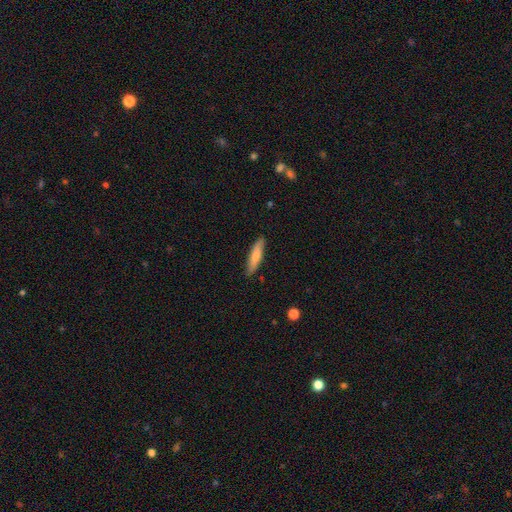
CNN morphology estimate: type=smooth (71%); roundness=cigar-shaped (77%); merging=none (87%).